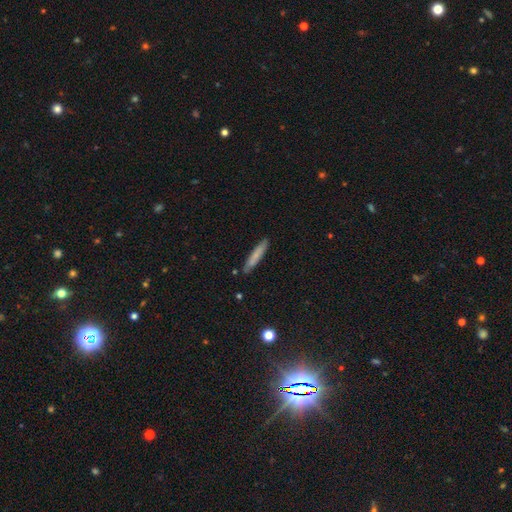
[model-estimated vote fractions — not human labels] This appears to be a smooth galaxy with no disk features (70%) that is cigar-shaped (91%). Merging: none (85%).